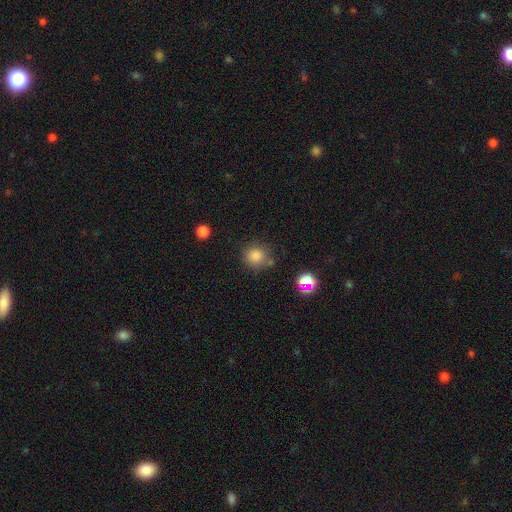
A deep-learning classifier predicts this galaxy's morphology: Smooth or featured?
  - smooth: 83% *
  - star or artifact: 12%
  - featured or disk: 5%
How rounded?
  - round: 91% *
  - in between: 8%
  - cigar-shaped: 1%
Merging?
  - none: 76% *
  - minor disturbance: 13%
  - merger: 7%
  - major disturbance: 4%